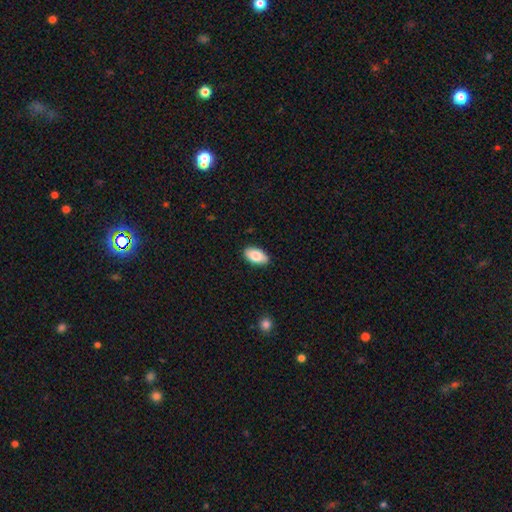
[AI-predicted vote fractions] smooth 82%, featured or disk 11%, star or artifact 7%. Down the decision tree: how rounded — in between (94%); merging — none (89%).